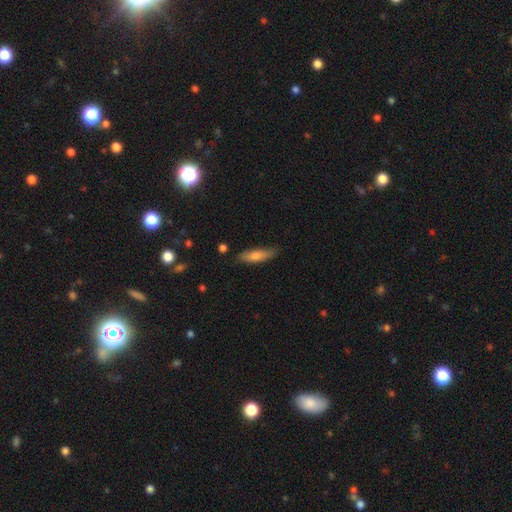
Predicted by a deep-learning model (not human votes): A smooth galaxy with no disk features (63%) that is cigar-shaped (69%).

Vote fractions:
- Smooth or featured? smooth: 63% / featured or disk: 29% / star or artifact: 8%
- How rounded? cigar-shaped: 69% / in between: 28% / round: 3%
- Merging? none: 77% / minor disturbance: 19% / major disturbance: 3% / merger: 2%